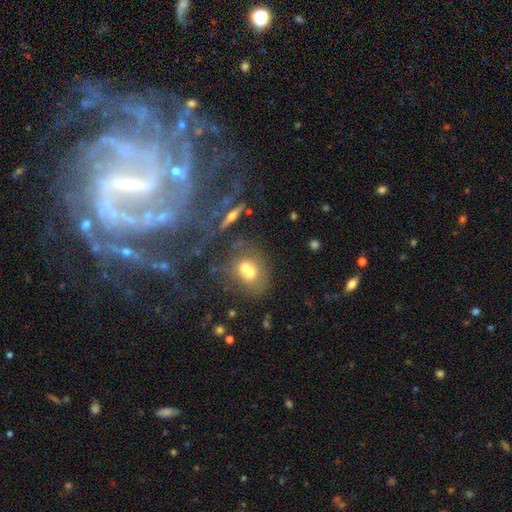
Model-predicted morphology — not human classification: Smooth or featured: featured or disk — 84% (star or artifact — 10%)
Edge-on disk: no — 97% (yes — 3%)
Bar: strong — 51% (weak — 35%)
Spiral arms: yes — 91% (no — 9%)
Spiral winding: tight — 49% (medium — 38%)
Spiral arm count: can't tell — 30% (2 — 24%)
Bulge size: small — 56% (moderate — 21%)
Merging: none — 57% (major disturbance — 20%)